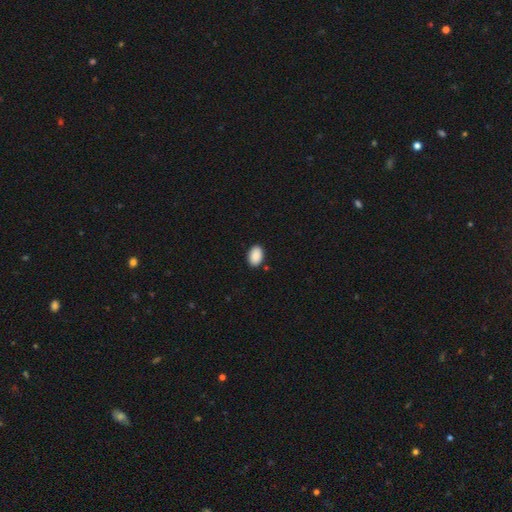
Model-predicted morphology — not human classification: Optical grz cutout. It shows a smooth galaxy with no disk features (90%) that is in between round and cigar-shaped (88%). Merging: none (89%).